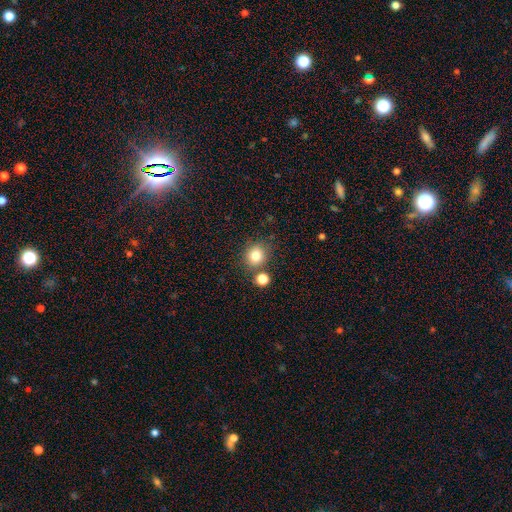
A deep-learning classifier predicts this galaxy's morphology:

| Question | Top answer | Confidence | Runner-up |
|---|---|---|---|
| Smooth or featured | smooth | 81% | star or artifact (12%) |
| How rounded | round | 80% | in between (19%) |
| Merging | none | 73% | merger (13%) |